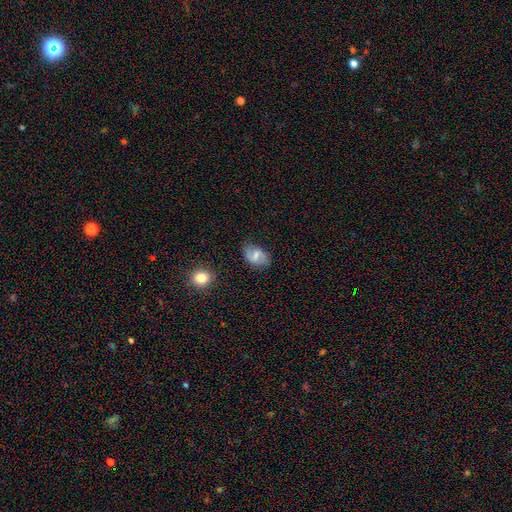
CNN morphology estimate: Smooth or featured?
  - featured or disk: 48% *
  - smooth: 43%
  - star or artifact: 9%
Merging?
  - none: 76% *
  - minor disturbance: 18%
  - major disturbance: 5%
  - merger: 2%